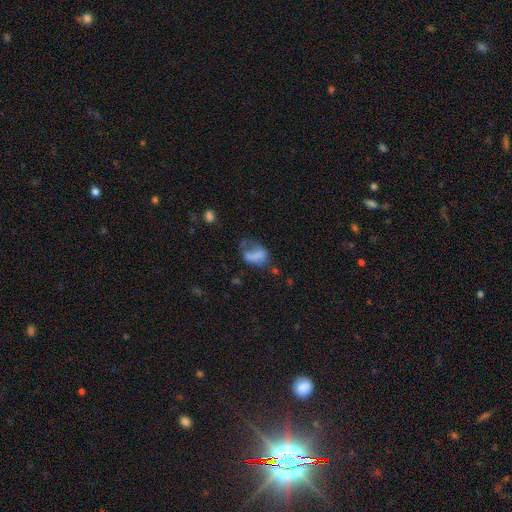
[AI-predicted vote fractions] Q: Smooth or featured?
A: smooth (60%); runner-up: featured or disk (27%)
Q: How rounded?
A: in between (81%); runner-up: round (15%)
Q: Merging?
A: major disturbance (47%); runner-up: none (22%)